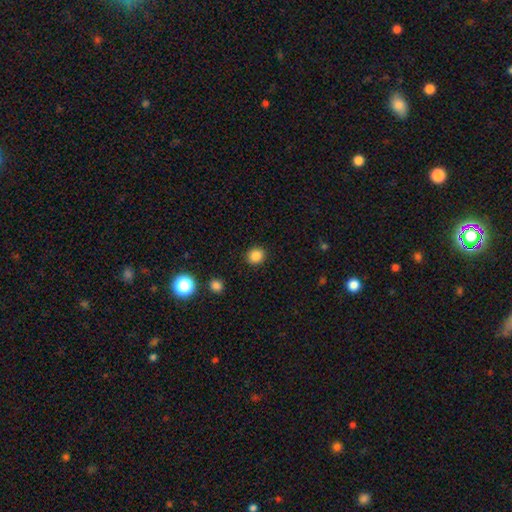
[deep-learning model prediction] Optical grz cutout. It shows a smooth galaxy with no disk features (85%) that is round (84%). Merging: none (89%).